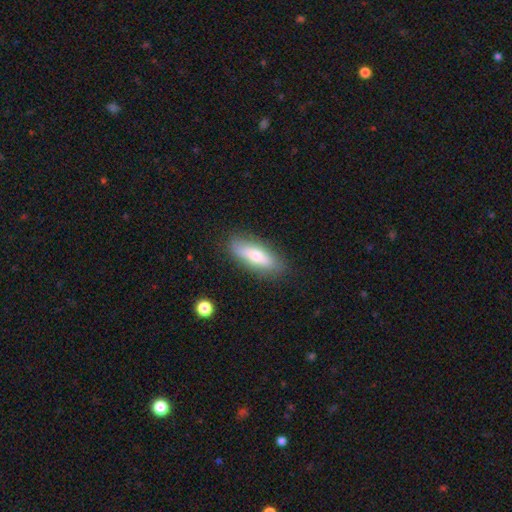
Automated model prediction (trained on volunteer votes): smooth-or-featured: smooth: 66% | featured or disk: 28% | star or artifact: 7%
  how-rounded: in between: 57% | cigar-shaped: 40% | round: 2%
  merging: none: 84% | minor disturbance: 12% | major disturbance: 3% | merger: 1%